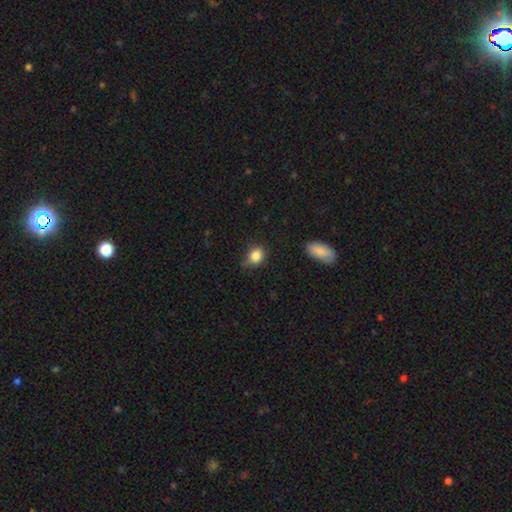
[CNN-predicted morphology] smooth 85%, star or artifact 10%, featured or disk 5%. Down the decision tree: how rounded — round (55%); merging — none (66%).